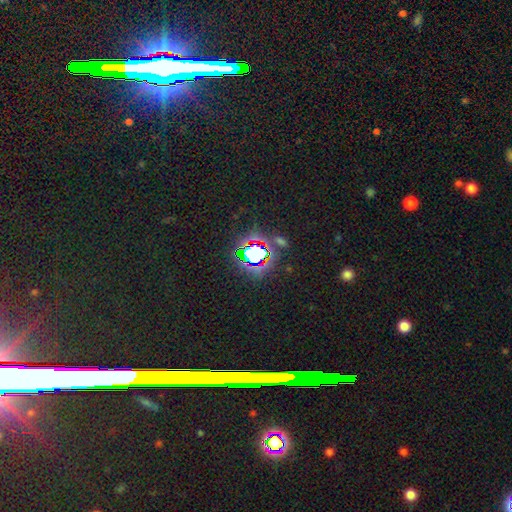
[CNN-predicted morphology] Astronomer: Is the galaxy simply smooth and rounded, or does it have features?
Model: star or artifact — 68%.